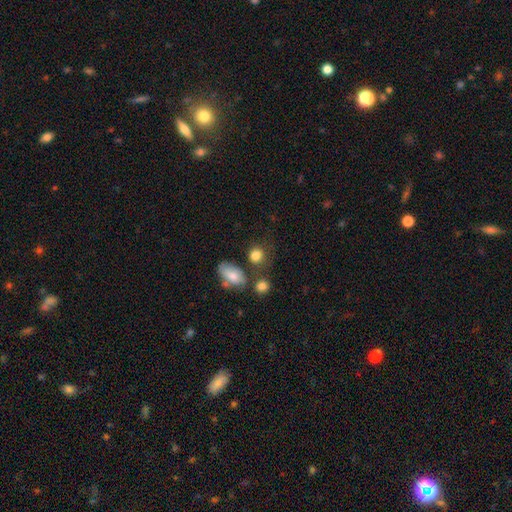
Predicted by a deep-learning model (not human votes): smooth 83%, star or artifact 9%, featured or disk 8%. Down the decision tree: how rounded — round (59%); merging — none (57%).